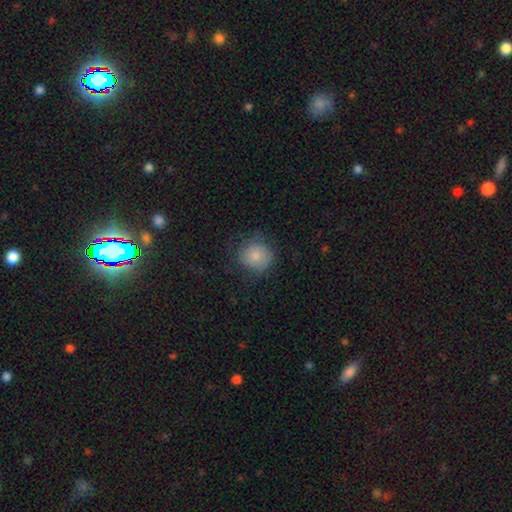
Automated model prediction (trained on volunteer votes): smooth-or-featured: smooth: 78% | featured or disk: 15% | star or artifact: 8%
  how-rounded: round: 86% | in between: 13% | cigar-shaped: 1%
  merging: none: 65% | minor disturbance: 22% | major disturbance: 12% | merger: 1%